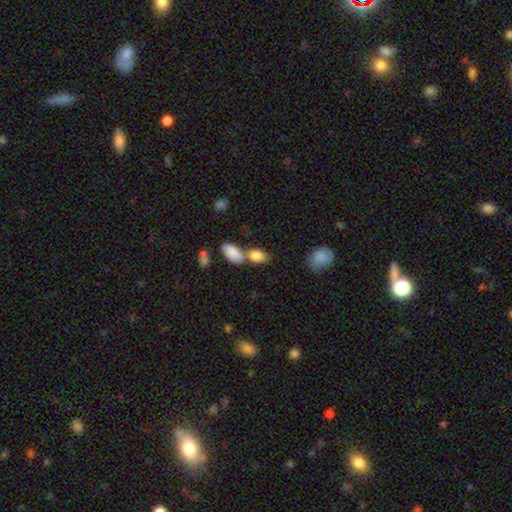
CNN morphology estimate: Smooth or featured? smooth (85%)
How rounded? in between (89%)
Merging? merger (45%)